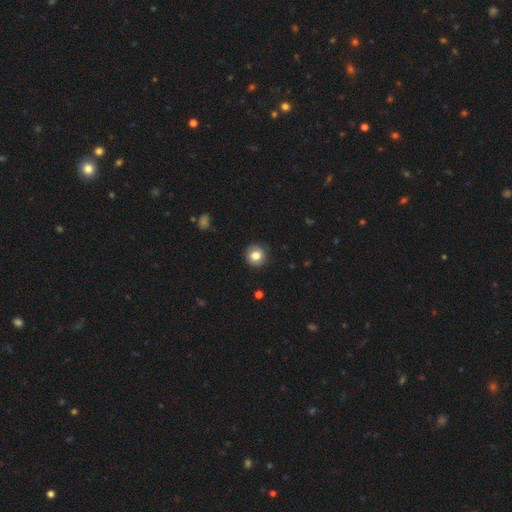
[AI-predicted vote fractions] Morphology: type=smooth (80%); roundness=round (91%); merging=none (88%).